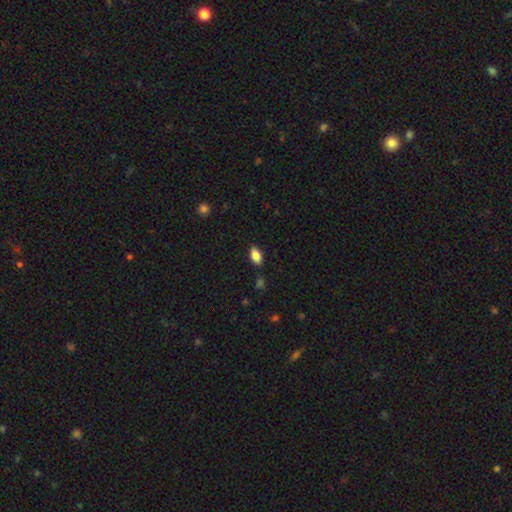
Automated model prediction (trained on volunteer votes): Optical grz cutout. It shows a smooth galaxy with no disk features (85%) that is in between round and cigar-shaped (91%). Merging: none (84%).